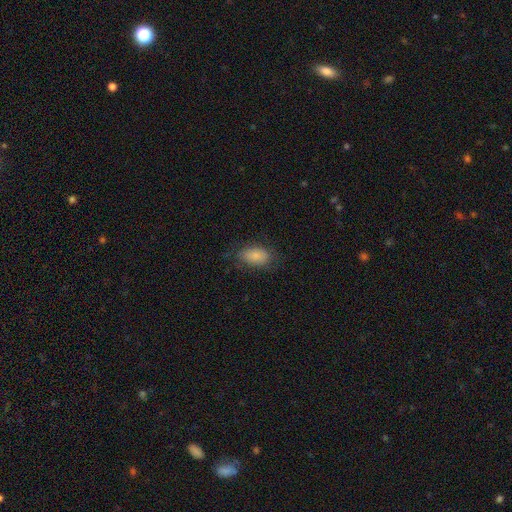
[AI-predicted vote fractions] Smooth or featured: smooth — 85% (featured or disk — 8%)
How rounded: in between — 91% (round — 7%)
Merging: none — 77% (minor disturbance — 16%)